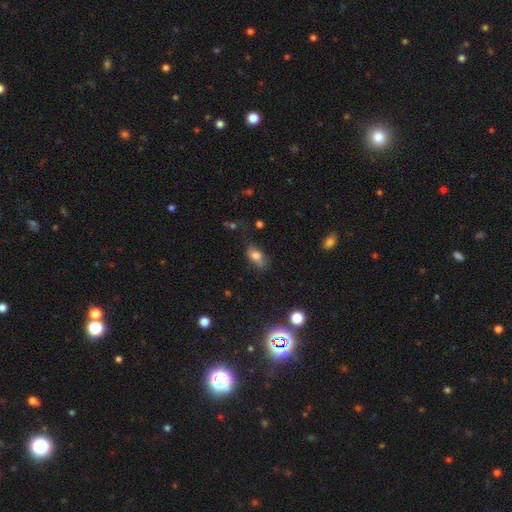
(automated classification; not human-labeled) A smooth galaxy with no disk features (68%) that is in between round and cigar-shaped (82%).

Vote fractions:
- Smooth or featured? smooth: 68% / featured or disk: 20% / star or artifact: 12%
- How rounded? in between: 82% / round: 11% / cigar-shaped: 7%
- Merging? none: 58% / minor disturbance: 28% / major disturbance: 11% / merger: 4%